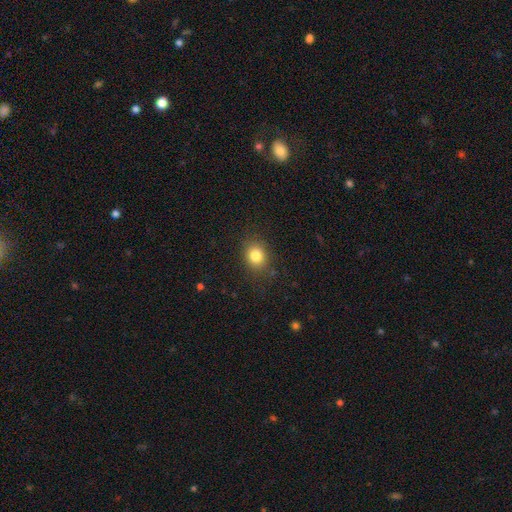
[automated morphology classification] Smooth or featured? Predicted: smooth (p=0.83). How rounded? Predicted: round (p=0.61). Merging? Predicted: none (p=0.84).